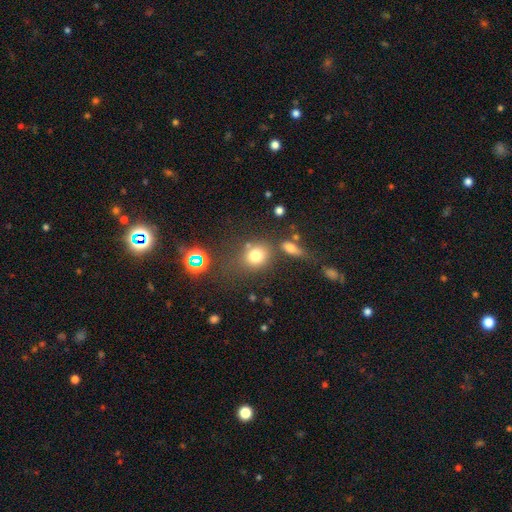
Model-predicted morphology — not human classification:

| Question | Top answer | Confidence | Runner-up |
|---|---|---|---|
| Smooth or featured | smooth | 75% | star or artifact (15%) |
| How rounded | round | 67% | in between (31%) |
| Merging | none | 63% | merger (15%) |